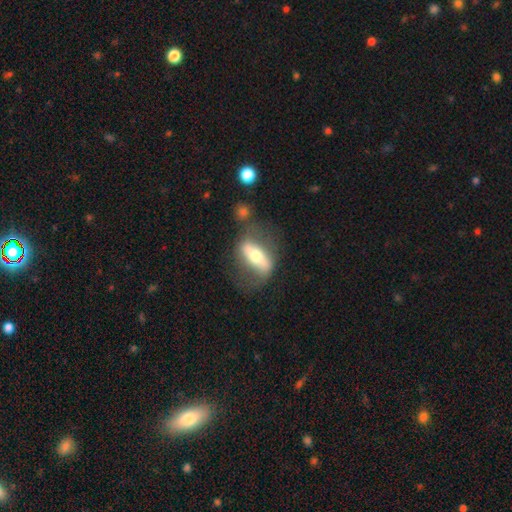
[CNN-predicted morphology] The model was most divided on "edge-on disk": no: 63%, yes: 37%. More confident: smooth or featured — featured or disk (60%); merging — none (56%).